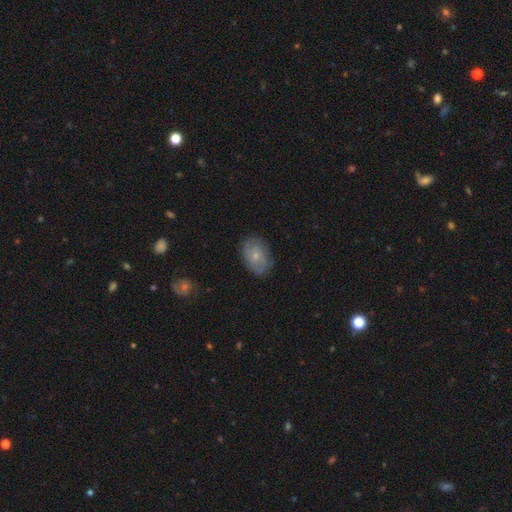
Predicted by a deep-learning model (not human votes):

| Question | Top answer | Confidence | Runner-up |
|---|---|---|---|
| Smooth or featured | smooth | 56% | featured or disk (36%) |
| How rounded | in between | 78% | round (21%) |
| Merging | none | 79% | minor disturbance (16%) |